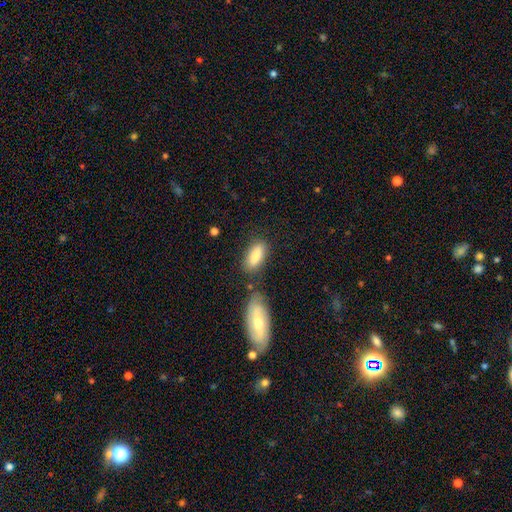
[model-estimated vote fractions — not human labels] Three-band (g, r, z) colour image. It shows a smooth galaxy with no disk features (83%) that is in between round and cigar-shaped (77%). Merging: none (70%).